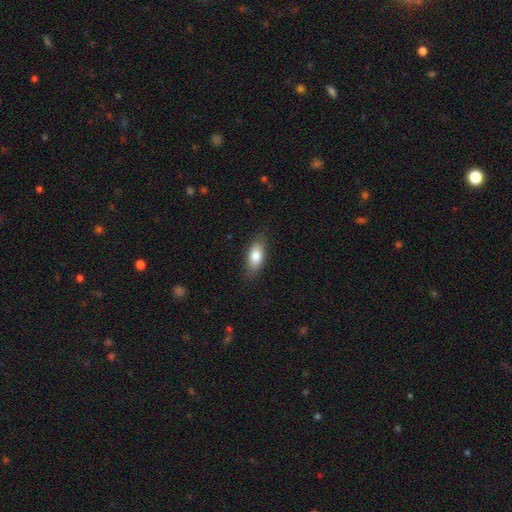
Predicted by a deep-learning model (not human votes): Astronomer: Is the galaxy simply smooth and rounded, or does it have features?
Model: smooth — 81%.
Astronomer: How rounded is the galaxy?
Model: in between — 83%.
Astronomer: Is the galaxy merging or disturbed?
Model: none — 84%.